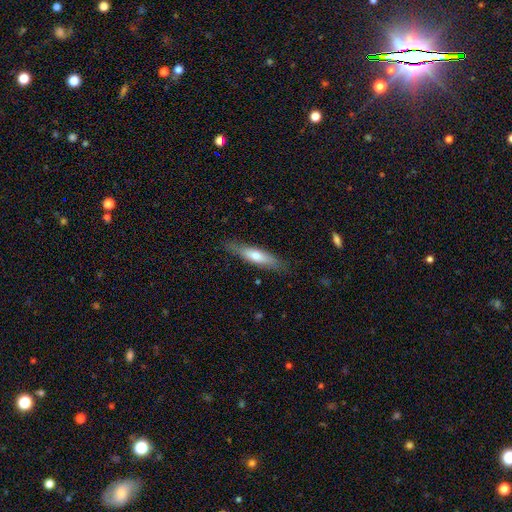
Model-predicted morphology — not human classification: A smooth galaxy with no disk features (59%) that is cigar-shaped (78%).

Vote fractions:
- Smooth or featured? smooth: 59% / featured or disk: 35% / star or artifact: 6%
- How rounded? cigar-shaped: 78% / in between: 20% / round: 2%
- Merging? none: 83% / minor disturbance: 13% / major disturbance: 3% / merger: 1%